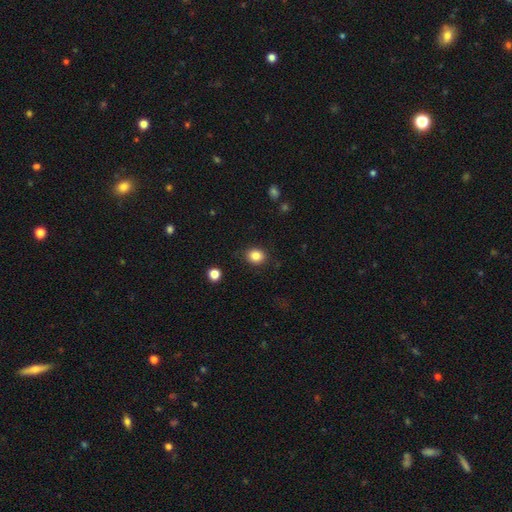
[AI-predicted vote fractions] Smooth or featured: smooth — 85% (star or artifact — 10%)
How rounded: round — 64% (in between — 35%)
Merging: none — 86% (minor disturbance — 10%)